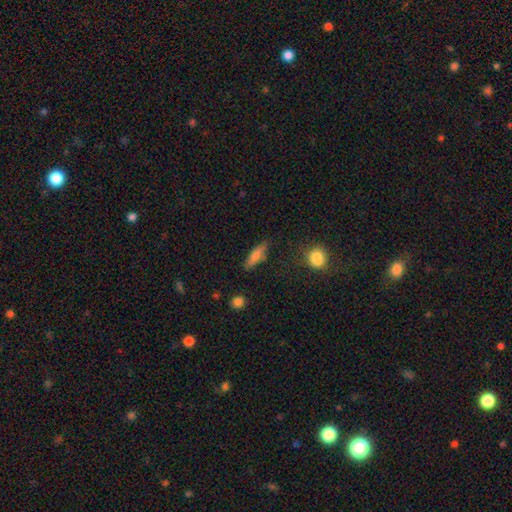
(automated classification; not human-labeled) Smooth or featured: smooth — 68% (featured or disk — 24%)
How rounded: cigar-shaped — 59% (in between — 37%)
Merging: none — 79% (minor disturbance — 15%)